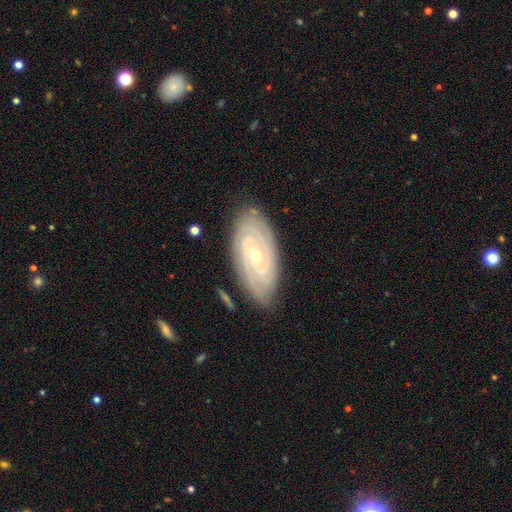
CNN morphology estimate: Smooth or featured?
  - featured or disk: 86% *
  - smooth: 8%
  - star or artifact: 5%
Edge-on disk?
  - no: 94% *
  - yes: 6%
Bar?
  - no: 68% *
  - weak: 24%
  - strong: 8%
Spiral arms?
  - yes: 95% *
  - no: 5%
Spiral winding?
  - tight: 83% *
  - medium: 14%
  - loose: 3%
Spiral arm count?
  - can't tell: 31% *
  - 2: 27%
  - 3: 18%
  - 4: 13%
  - more than 4: 6%
  - 1: 5%
Bulge size?
  - small: 58% *
  - moderate: 40%
  - large: 1%
  - none: 1%
  - dominant: 1%
Merging?
  - none: 82% *
  - minor disturbance: 13%
  - major disturbance: 3%
  - merger: 1%